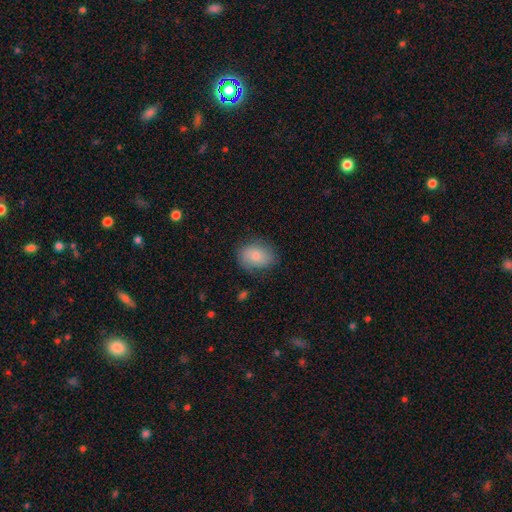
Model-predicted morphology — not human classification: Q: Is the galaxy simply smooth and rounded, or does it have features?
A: smooth — 77%.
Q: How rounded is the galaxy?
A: in between — 61%.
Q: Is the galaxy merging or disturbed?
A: none — 71%.